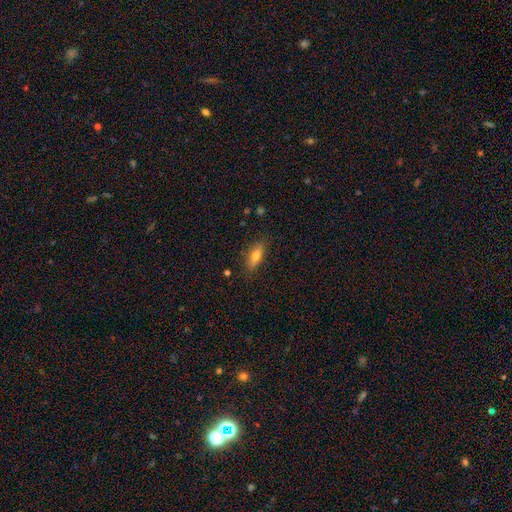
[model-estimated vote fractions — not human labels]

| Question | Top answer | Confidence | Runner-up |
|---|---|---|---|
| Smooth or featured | smooth | 70% | featured or disk (23%) |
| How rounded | in between | 62% | cigar-shaped (34%) |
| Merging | none | 84% | minor disturbance (12%) |